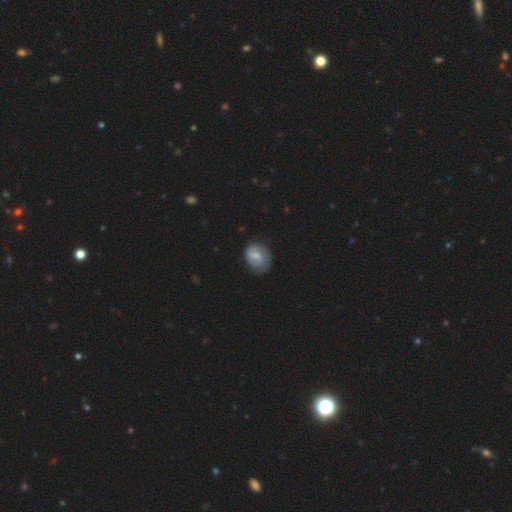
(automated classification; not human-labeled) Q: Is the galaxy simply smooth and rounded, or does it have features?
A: smooth — 57%.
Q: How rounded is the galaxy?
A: round — 56%.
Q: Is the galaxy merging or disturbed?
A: none — 61%.